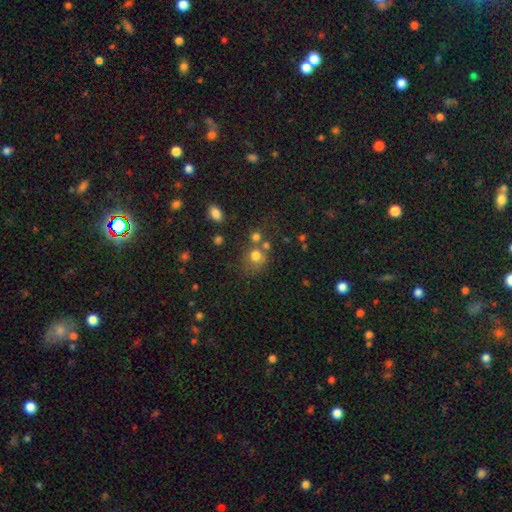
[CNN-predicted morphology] Smooth or featured? Predicted: smooth (p=0.74). How rounded? Predicted: round (p=0.77). Merging? Predicted: none (p=0.51).